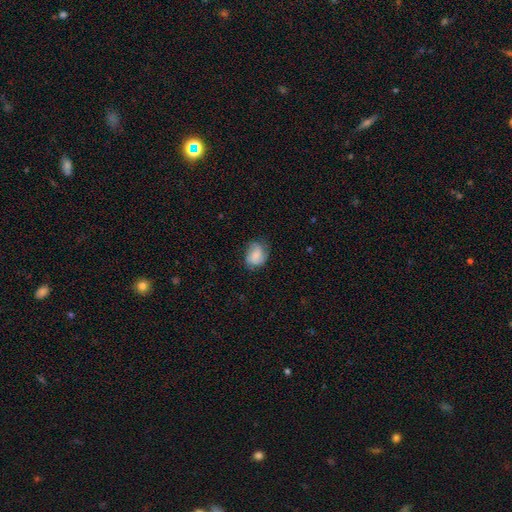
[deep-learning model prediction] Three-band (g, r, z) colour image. It shows a smooth galaxy with no disk features (60%) that is in between round and cigar-shaped (60%). Merging: none (65%).